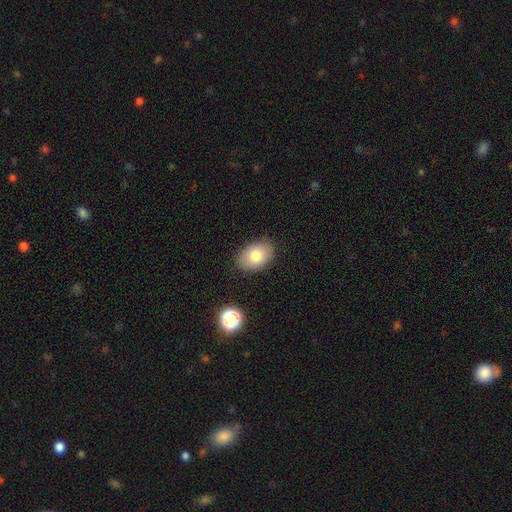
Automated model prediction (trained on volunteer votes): smooth_or_featured: smooth (p=0.79) [alt: featured or disk p=0.12]
how_rounded: in between (p=0.85) [alt: round p=0.14]
merging: none (p=0.85) [alt: minor disturbance p=0.11]